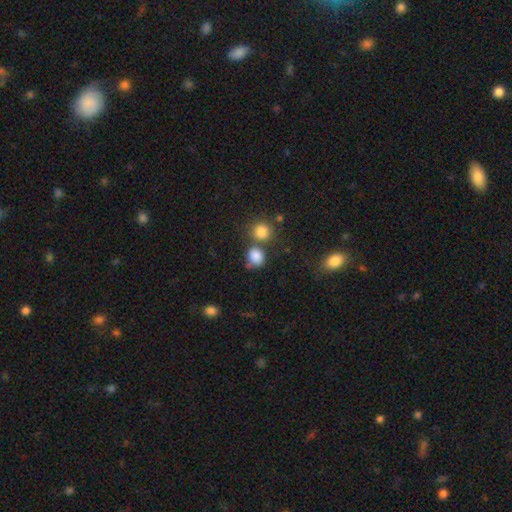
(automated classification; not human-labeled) Smooth or featured?
  - smooth: 83% *
  - star or artifact: 11%
  - featured or disk: 5%
How rounded?
  - round: 67% *
  - in between: 32%
  - cigar-shaped: 1%
Merging?
  - none: 55% *
  - merger: 25%
  - minor disturbance: 14%
  - major disturbance: 6%